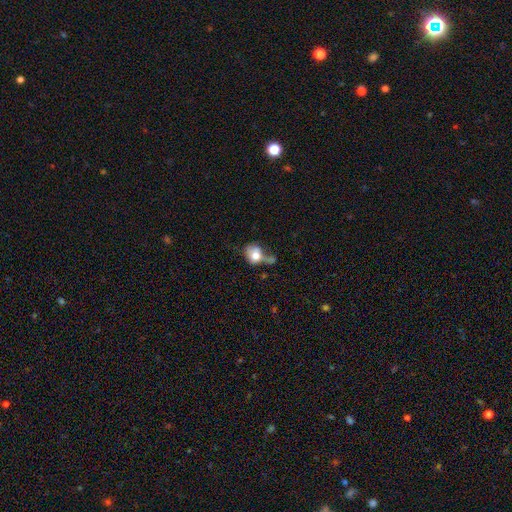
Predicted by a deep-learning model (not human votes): Smooth or featured: smooth — 69% (featured or disk — 22%)
How rounded: in between — 51% (round — 48%)
Merging: major disturbance — 31% (merger — 26%)